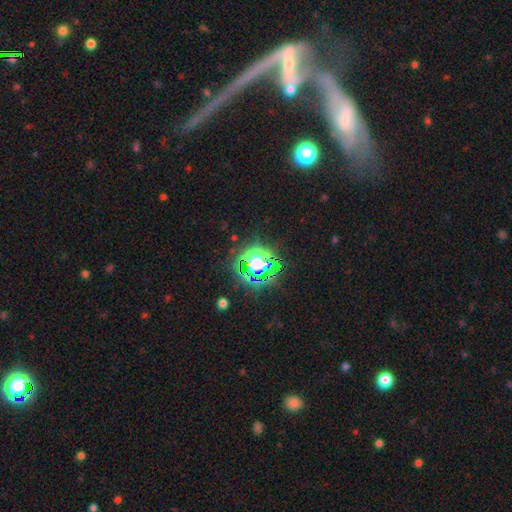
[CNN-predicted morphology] This is likely a star or artifact rather than a galaxy (65%).